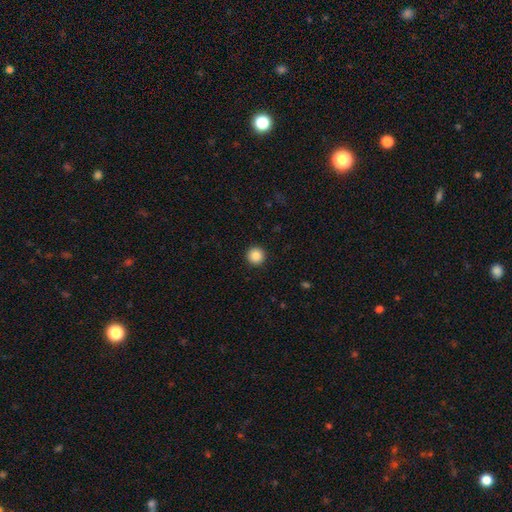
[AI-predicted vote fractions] A smooth galaxy with no disk features (88%) that is round (96%).

Vote fractions:
- Smooth or featured? smooth: 88% / star or artifact: 9% / featured or disk: 3%
- How rounded? round: 96% / in between: 3% / cigar-shaped: 1%
- Merging? none: 94% / minor disturbance: 4% / major disturbance: 2% / merger: 1%